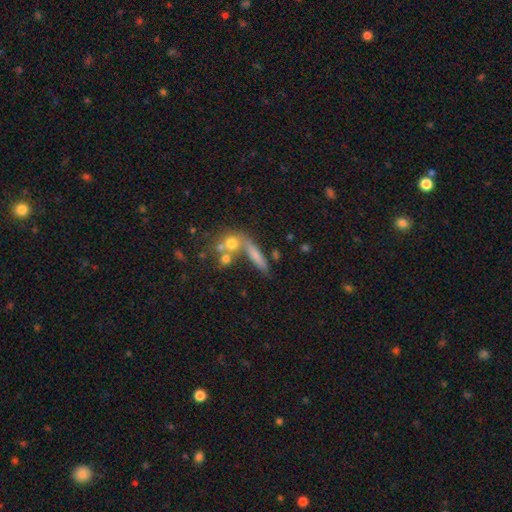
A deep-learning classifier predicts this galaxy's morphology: Smooth or featured?
  - smooth: 67% *
  - featured or disk: 23%
  - star or artifact: 11%
How rounded?
  - cigar-shaped: 72% *
  - in between: 20%
  - round: 9%
Merging?
  - none: 51% *
  - merger: 27%
  - minor disturbance: 14%
  - major disturbance: 8%